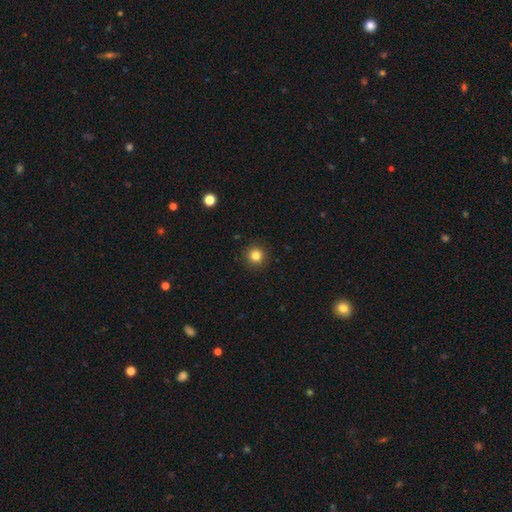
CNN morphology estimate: The model was most divided on "smooth or featured": smooth: 83%, star or artifact: 12%, featured or disk: 5%. More confident: how rounded — round (95%); merging — none (93%).